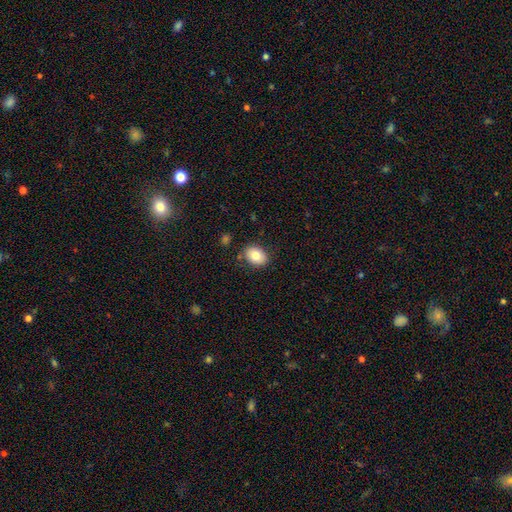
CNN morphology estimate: smooth_or_featured: smooth (p=0.82) [alt: featured or disk p=0.10]
how_rounded: in between (p=0.69) [alt: round p=0.30]
merging: none (p=0.84) [alt: minor disturbance p=0.11]